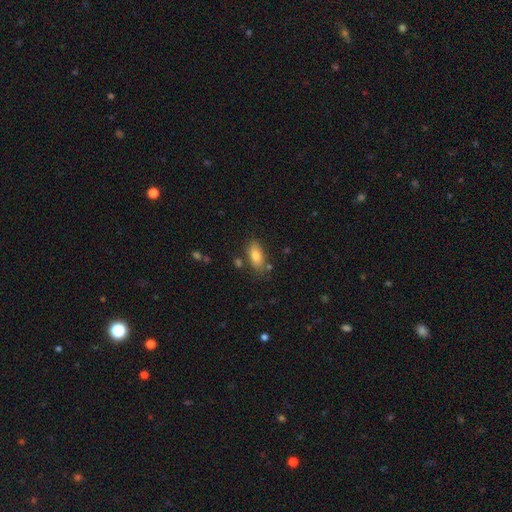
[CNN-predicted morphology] Smooth or featured?
  - smooth: 80% *
  - featured or disk: 12%
  - star or artifact: 8%
How rounded?
  - in between: 89% *
  - cigar-shaped: 7%
  - round: 4%
Merging?
  - none: 75% *
  - minor disturbance: 15%
  - merger: 6%
  - major disturbance: 4%